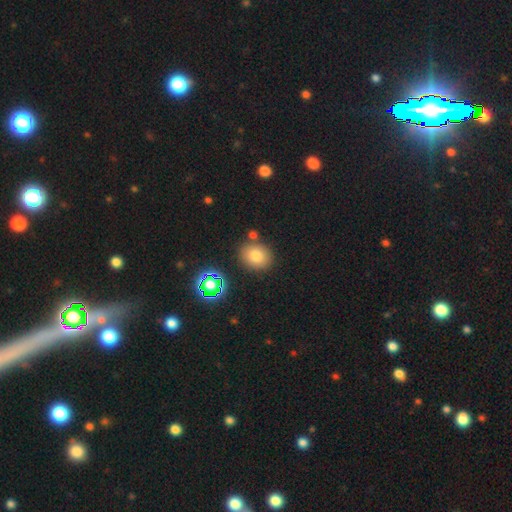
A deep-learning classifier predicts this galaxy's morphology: A smooth galaxy with no disk features (77%) that is round (61%).

Vote fractions:
- Smooth or featured? smooth: 77% / star or artifact: 14% / featured or disk: 9%
- How rounded? round: 61% / in between: 38% / cigar-shaped: 1%
- Merging? none: 81% / minor disturbance: 9% / merger: 7% / major disturbance: 3%